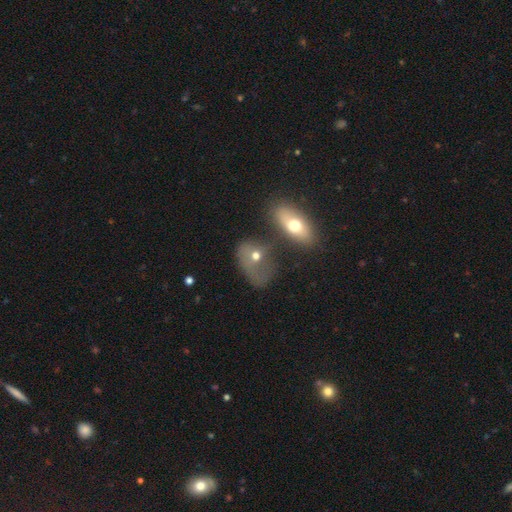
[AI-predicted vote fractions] Smooth or featured?
  - smooth: 59% *
  - featured or disk: 30%
  - star or artifact: 11%
How rounded?
  - in between: 64% *
  - round: 34%
  - cigar-shaped: 3%
Merging?
  - merger: 45% *
  - none: 24%
  - major disturbance: 20%
  - minor disturbance: 12%